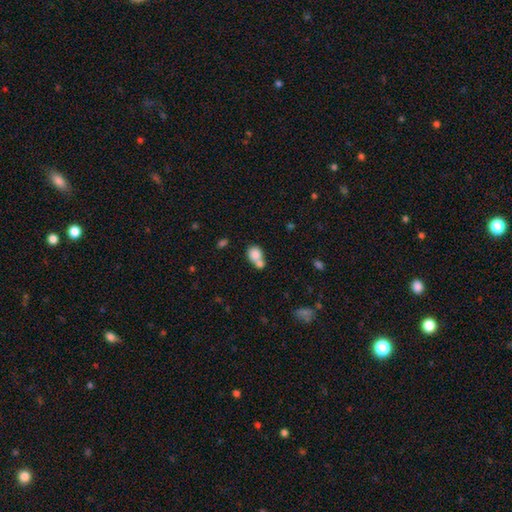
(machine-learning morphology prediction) Q: Smooth or featured?
A: smooth (81%); runner-up: featured or disk (10%)
Q: How rounded?
A: round (56%); runner-up: in between (43%)
Q: Merging?
A: merger (57%); runner-up: none (30%)